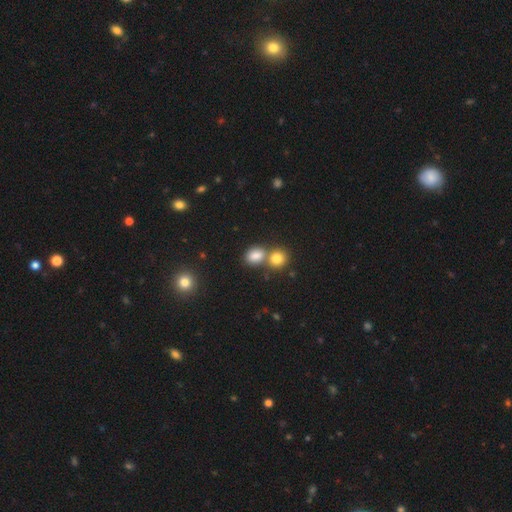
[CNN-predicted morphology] The model was most divided on "how rounded": in between: 50%, round: 49%, cigar-shaped: 1%. Remaining: smooth or featured — smooth (80%); merging — none (48%).